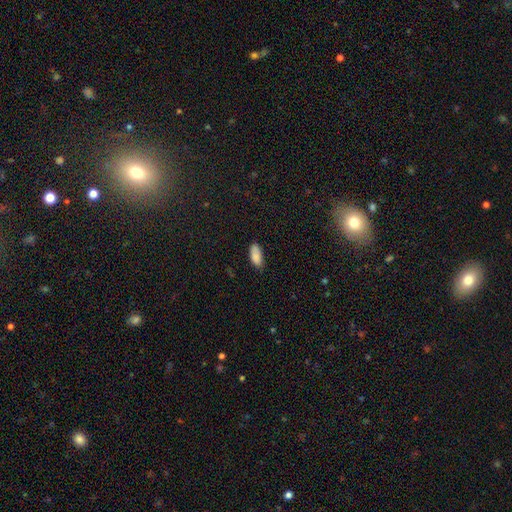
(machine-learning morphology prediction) Smooth or featured?
  - smooth: 87% *
  - star or artifact: 8%
  - featured or disk: 5%
How rounded?
  - in between: 85% *
  - cigar-shaped: 13%
  - round: 2%
Merging?
  - none: 75% *
  - minor disturbance: 20%
  - major disturbance: 3%
  - merger: 2%